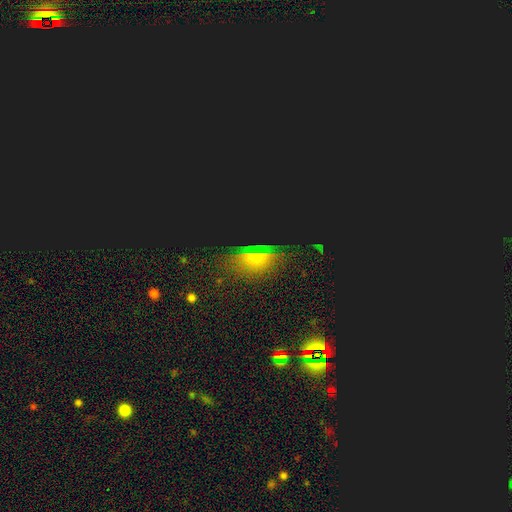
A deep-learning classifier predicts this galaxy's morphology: The model was most divided on "smooth or featured": star or artifact: 50%, smooth: 36%, featured or disk: 14%.